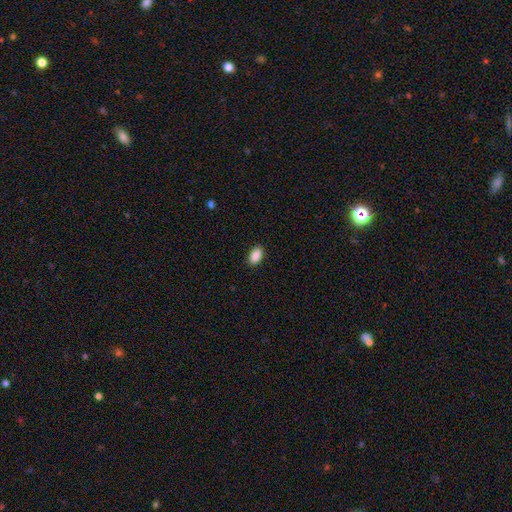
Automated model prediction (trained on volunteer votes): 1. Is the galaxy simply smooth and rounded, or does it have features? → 90% smooth, 7% star or artifact, 3% featured or disk.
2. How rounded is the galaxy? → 93% in between, 5% round, 2% cigar-shaped.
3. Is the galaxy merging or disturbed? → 90% none, 7% minor disturbance, 2% major disturbance, 1% merger.